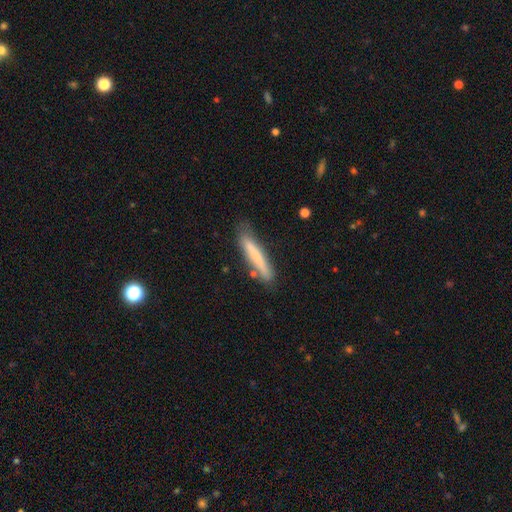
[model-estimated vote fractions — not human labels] Smooth or featured? smooth (71%)
How rounded? cigar-shaped (93%)
Merging? none (76%)